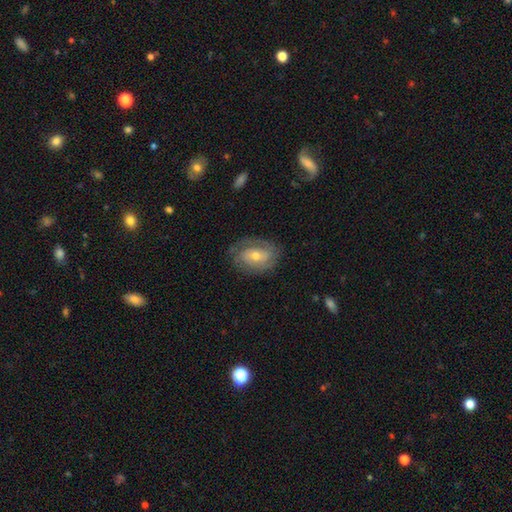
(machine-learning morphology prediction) type=featured or disk (68%); edge-on=no (95%); bar=no (59%); spiral arms=yes (82%); winding=tight (57%); arm count=2 (48%); bulge=moderate (56%); merging=none (72%).